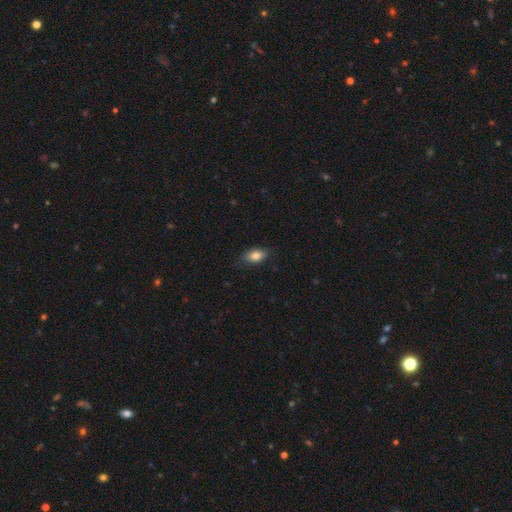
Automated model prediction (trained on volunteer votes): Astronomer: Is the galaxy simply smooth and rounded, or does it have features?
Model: smooth — 83%.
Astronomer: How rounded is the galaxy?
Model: in between — 88%.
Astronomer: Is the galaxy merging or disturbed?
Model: none — 80%.